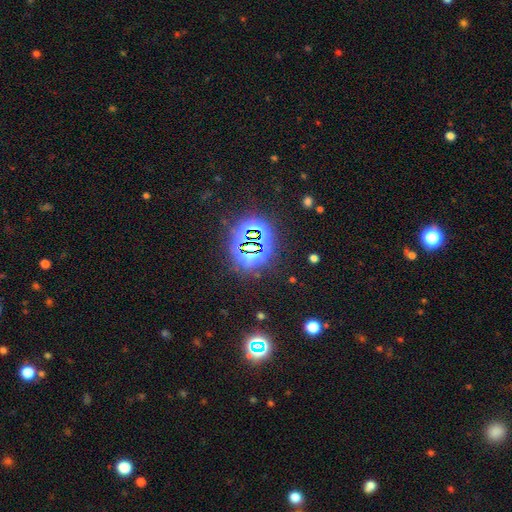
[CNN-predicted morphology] Overall: star or artifact (82%).